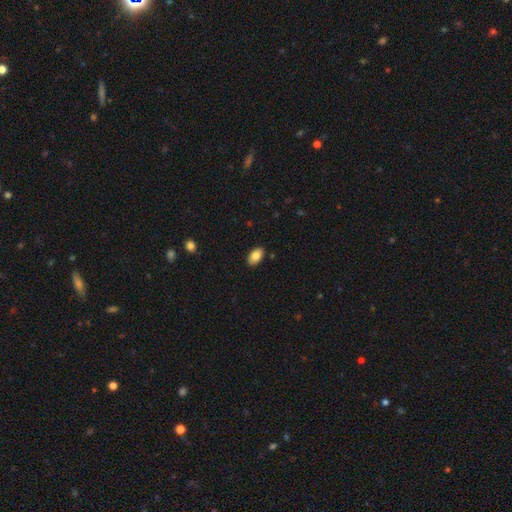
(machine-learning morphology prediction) The model was most divided on "smooth or featured": smooth: 83%, featured or disk: 10%, star or artifact: 7%. More confident: how rounded — in between (94%); merging — none (89%).